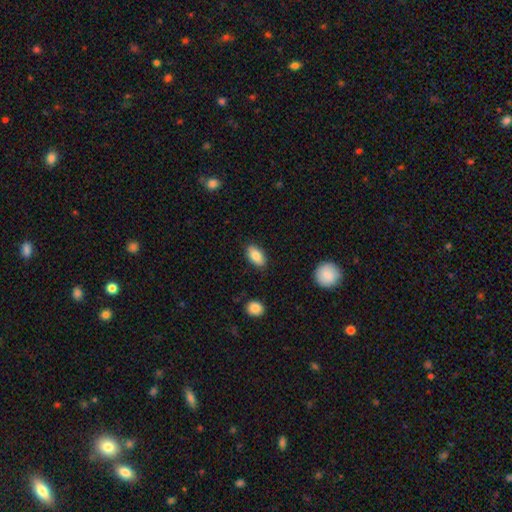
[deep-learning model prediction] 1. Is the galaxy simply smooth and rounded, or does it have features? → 84% smooth, 8% featured or disk, 7% star or artifact.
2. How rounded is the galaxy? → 91% in between, 5% cigar-shaped, 4% round.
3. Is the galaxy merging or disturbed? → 85% none, 11% minor disturbance, 2% major disturbance, 2% merger.